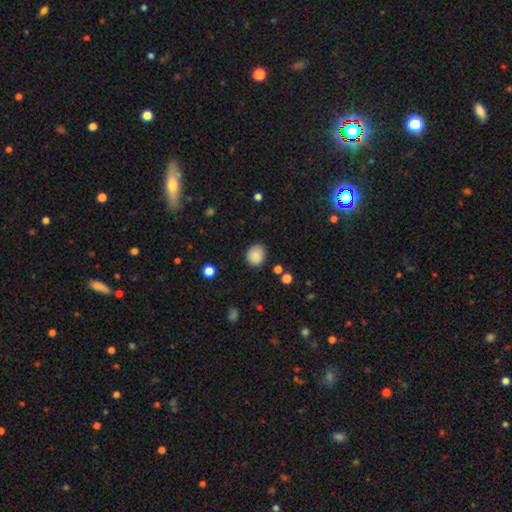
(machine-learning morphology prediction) Smooth or featured: smooth — 86% (star or artifact — 9%)
How rounded: round — 74% (in between — 25%)
Merging: none — 84% (minor disturbance — 11%)